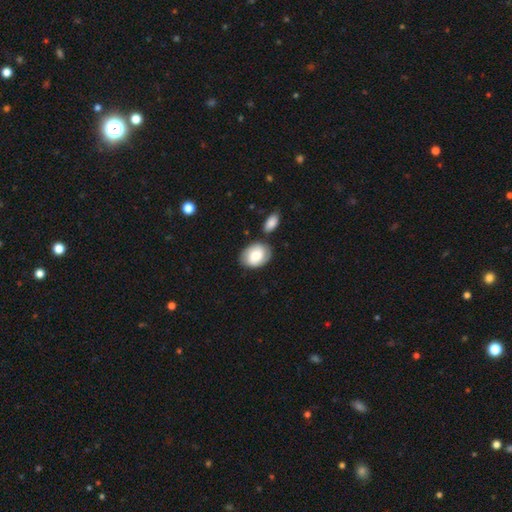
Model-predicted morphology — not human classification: Overall: smooth (64%; featured or disk 29%). How rounded: in between (72%). Merging: none (69%).